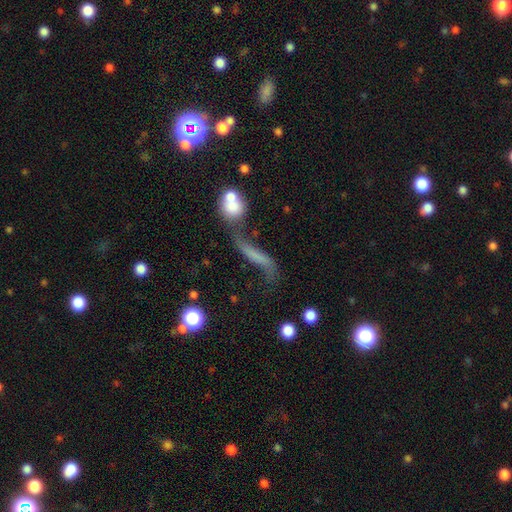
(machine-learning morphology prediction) smooth_or_featured: featured or disk (p=0.56) [alt: smooth p=0.33]
disk_edge_on: no (p=0.77) [alt: yes p=0.23]
merging: none (p=0.40) [alt: merger p=0.21]